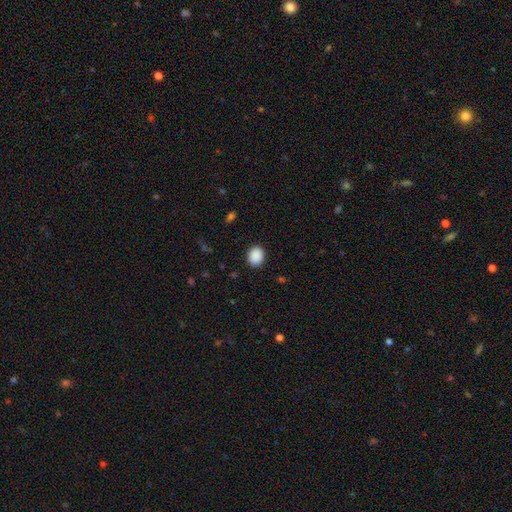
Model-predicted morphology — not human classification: Overall: smooth (90%). How rounded: round (50%; in between 49%). Merging: none (89%).